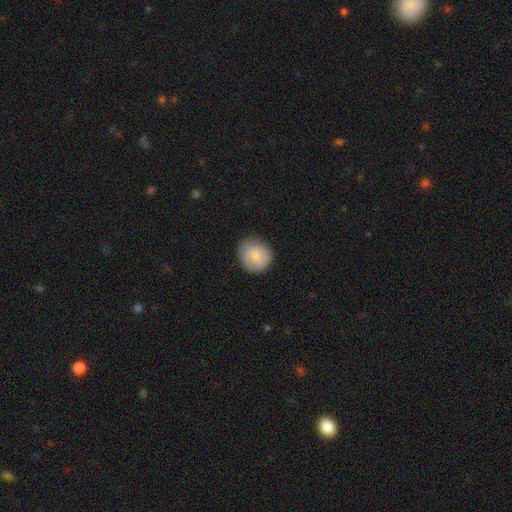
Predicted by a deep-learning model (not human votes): A smooth galaxy with no disk features (77%) that is round (84%). Merging: none (81%).